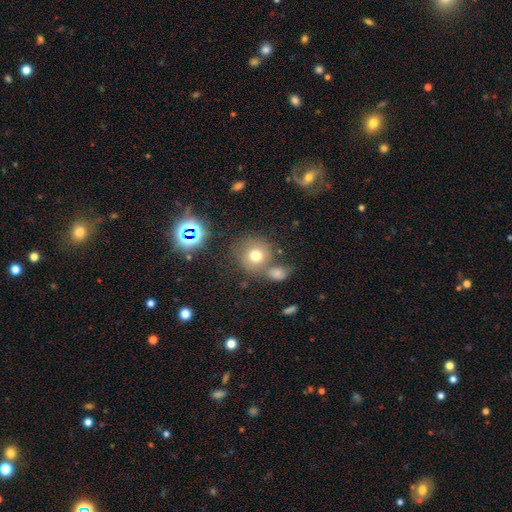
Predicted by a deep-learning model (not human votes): A smooth galaxy with no disk features (71%) that is round (88%). Merging: none (62%).